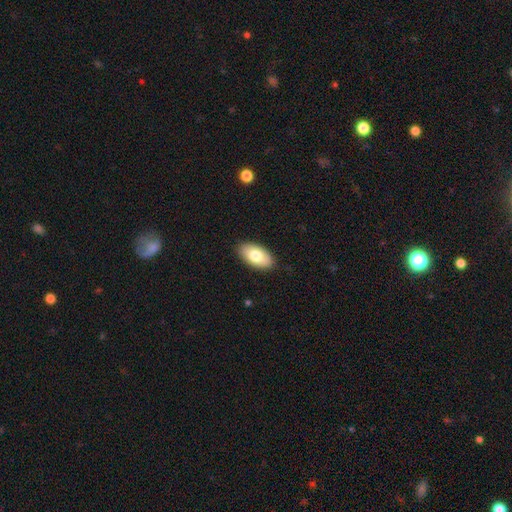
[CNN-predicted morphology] This appears to be a smooth galaxy with no disk features (77%) that is in between round and cigar-shaped (95%). Merging: none (88%).